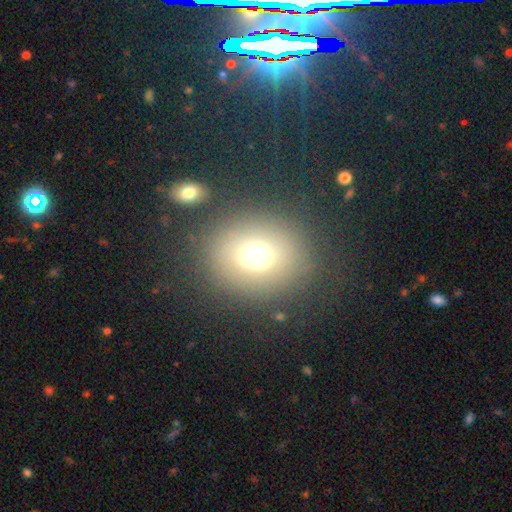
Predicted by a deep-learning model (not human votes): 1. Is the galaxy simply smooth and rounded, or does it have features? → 71% smooth, 16% star or artifact, 12% featured or disk.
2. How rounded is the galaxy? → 72% round, 27% in between, 1% cigar-shaped.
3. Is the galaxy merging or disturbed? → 79% none, 10% minor disturbance, 6% major disturbance, 6% merger.